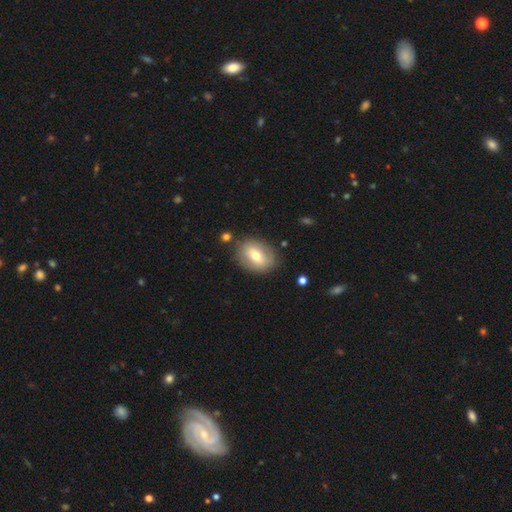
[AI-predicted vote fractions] smooth-or-featured: smooth: 60% | featured or disk: 33% | star or artifact: 8%
  how-rounded: in between: 70% | round: 29% | cigar-shaped: 1%
  merging: none: 82% | minor disturbance: 12% | major disturbance: 4% | merger: 3%